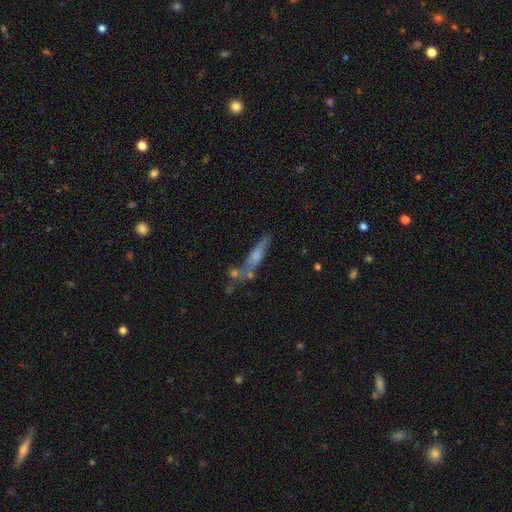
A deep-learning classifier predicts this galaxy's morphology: Smooth or featured?
  - featured or disk: 47% *
  - smooth: 42%
  - star or artifact: 11%
Merging?
  - none: 51% *
  - merger: 20%
  - minor disturbance: 19%
  - major disturbance: 10%